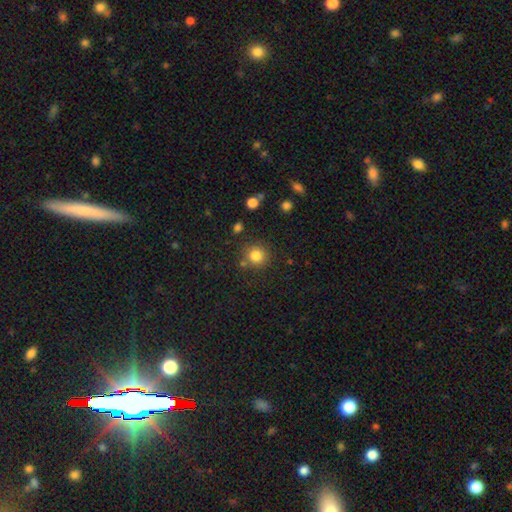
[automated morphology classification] smooth-or-featured: smooth: 82% | star or artifact: 12% | featured or disk: 6%
  how-rounded: round: 92% | in between: 7% | cigar-shaped: 1%
  merging: none: 81% | minor disturbance: 9% | merger: 7% | major disturbance: 3%